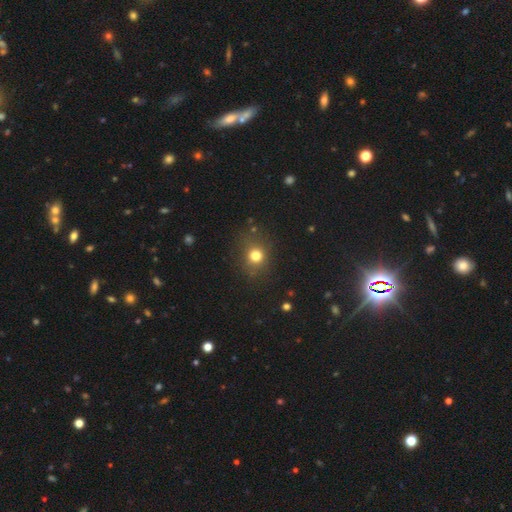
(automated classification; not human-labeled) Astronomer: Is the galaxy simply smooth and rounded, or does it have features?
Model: smooth — 76%.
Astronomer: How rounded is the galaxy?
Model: round — 73%.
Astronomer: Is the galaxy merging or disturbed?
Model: none — 78%.